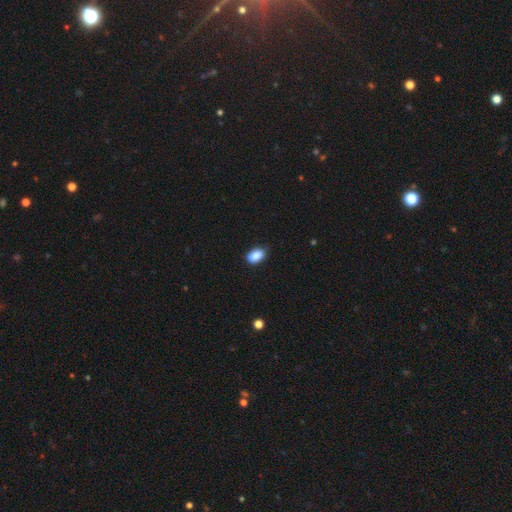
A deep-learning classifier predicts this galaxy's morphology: This appears to be a smooth galaxy with no disk features (88%) that is in between round and cigar-shaped (89%). Merging: none (83%).